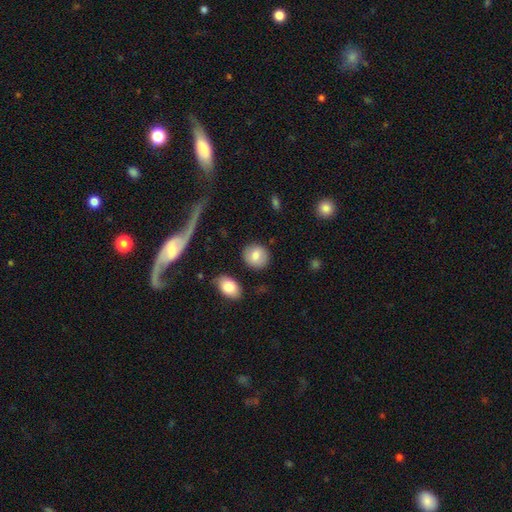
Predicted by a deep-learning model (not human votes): A smooth galaxy with no disk features (81%) that is round (76%).

Vote fractions:
- Smooth or featured? smooth: 81% / featured or disk: 12% / star or artifact: 7%
- How rounded? round: 76% / in between: 23% / cigar-shaped: 1%
- Merging? none: 87% / minor disturbance: 8% / merger: 3% / major disturbance: 2%